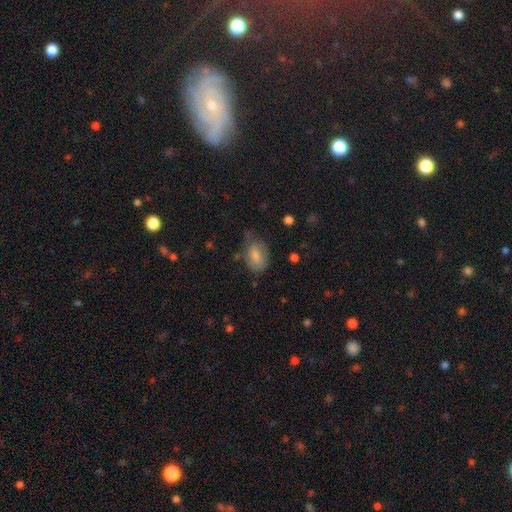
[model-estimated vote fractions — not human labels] smooth 76%, featured or disk 16%, star or artifact 8%. Down the decision tree: how rounded — in between (87%); merging — none (51%).